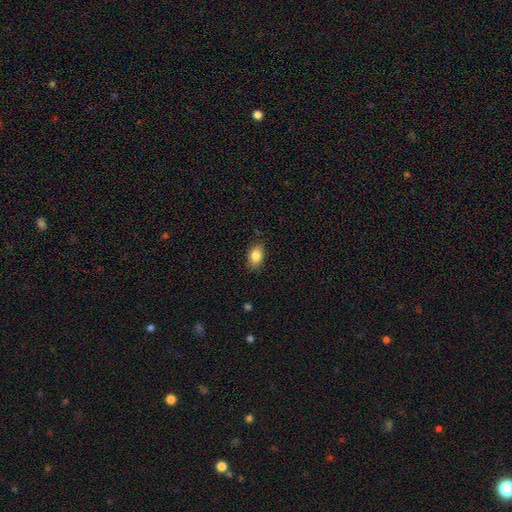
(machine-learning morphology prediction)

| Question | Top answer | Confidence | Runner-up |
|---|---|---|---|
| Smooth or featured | smooth | 84% | star or artifact (9%) |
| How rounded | in between | 83% | round (16%) |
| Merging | none | 85% | minor disturbance (12%) |